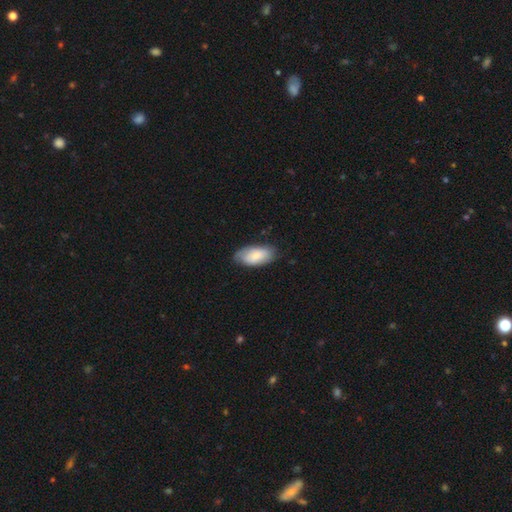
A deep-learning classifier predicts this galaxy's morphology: Smooth or featured? smooth (77%)
How rounded? in between (94%)
Merging? none (71%)